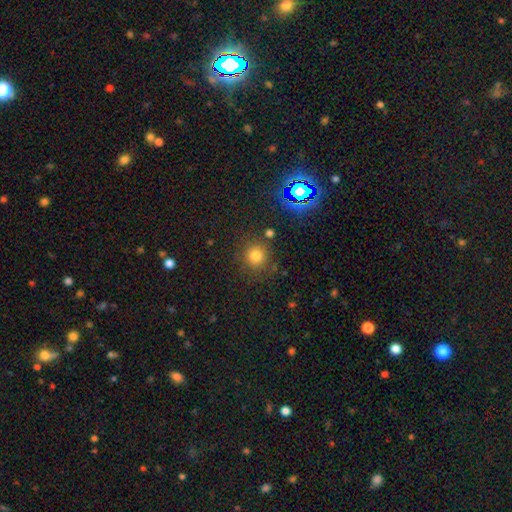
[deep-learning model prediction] Smooth or featured: smooth — 75% (star or artifact — 19%)
How rounded: round — 92% (in between — 7%)
Merging: none — 81% (minor disturbance — 9%)